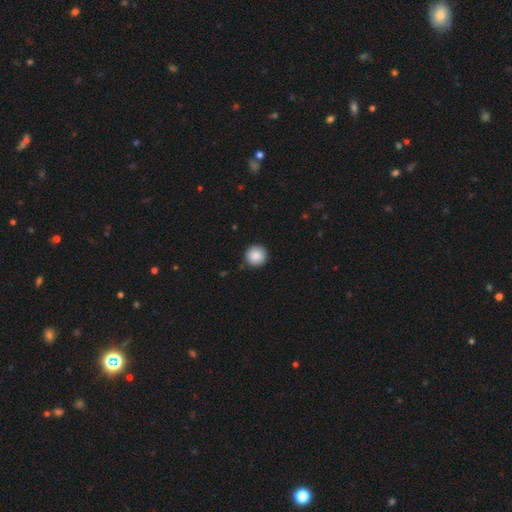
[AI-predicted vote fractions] Smooth or featured: smooth — 88% (star or artifact — 8%)
How rounded: round — 95% (in between — 4%)
Merging: none — 91% (minor disturbance — 6%)